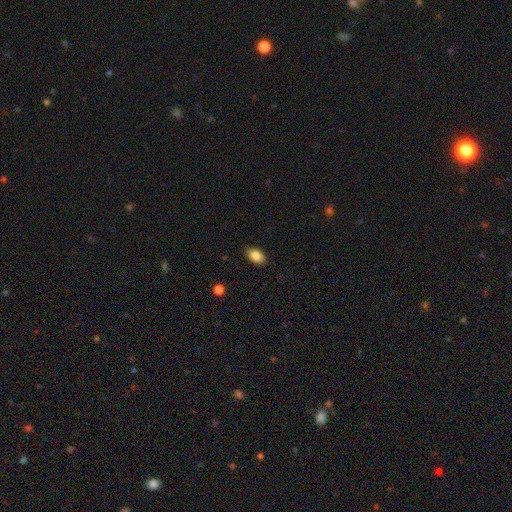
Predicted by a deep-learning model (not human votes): A smooth galaxy with no disk features (87%) that is in between round and cigar-shaped (91%). Merging: none (87%).